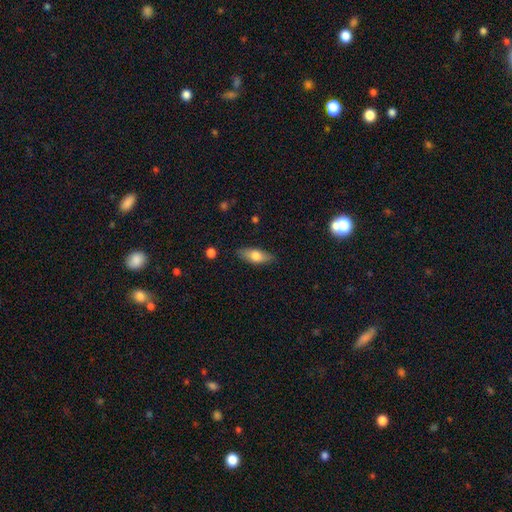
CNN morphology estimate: A smooth galaxy with no disk features (70%) that is in between round and cigar-shaped (72%).

Vote fractions:
- Smooth or featured? smooth: 70% / featured or disk: 23% / star or artifact: 7%
- How rounded? in between: 72% / cigar-shaped: 25% / round: 3%
- Merging? none: 85% / minor disturbance: 11% / major disturbance: 2% / merger: 1%